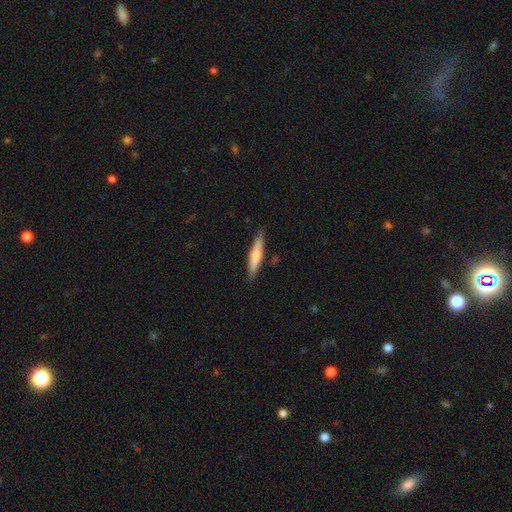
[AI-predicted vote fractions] Overall: smooth (63%; featured or disk 32%). How rounded: cigar-shaped (90%). Merging: none (87%).